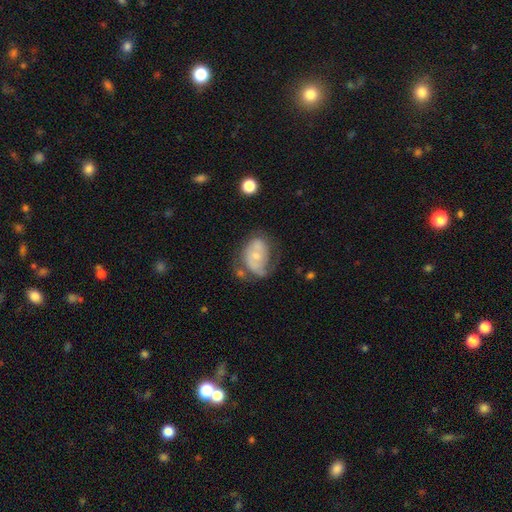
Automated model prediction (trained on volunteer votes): The model was most divided on "merging": none: 37%, minor disturbance: 29%, major disturbance: 26%, merger: 8%. More confident: edge-on disk — no (97%); bar — no (75%); spiral arms — yes (66%); bulge size — small (61%); smooth or featured — featured or disk (59%).